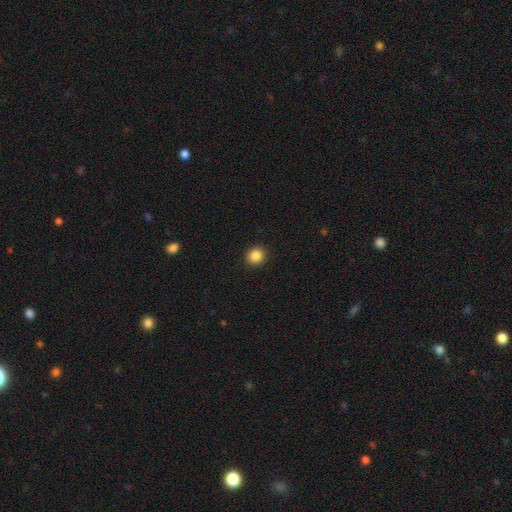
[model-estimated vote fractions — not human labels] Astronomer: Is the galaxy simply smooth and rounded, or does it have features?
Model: smooth — 86%.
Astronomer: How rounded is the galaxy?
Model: round — 83%.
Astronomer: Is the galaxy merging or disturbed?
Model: none — 92%.